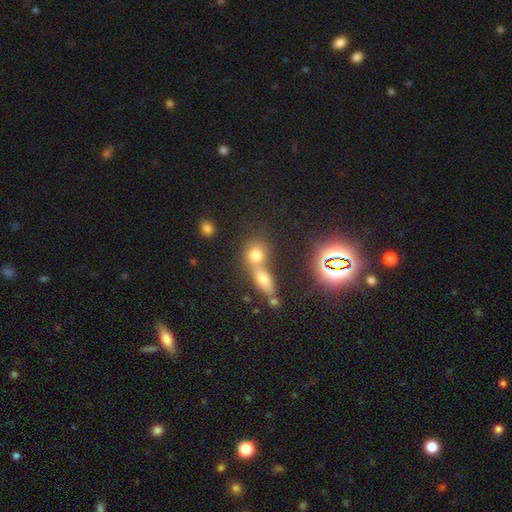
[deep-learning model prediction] smooth 68%, star or artifact 19%, featured or disk 13%. Down the decision tree: how rounded — round (65%); merging — merger (56%).